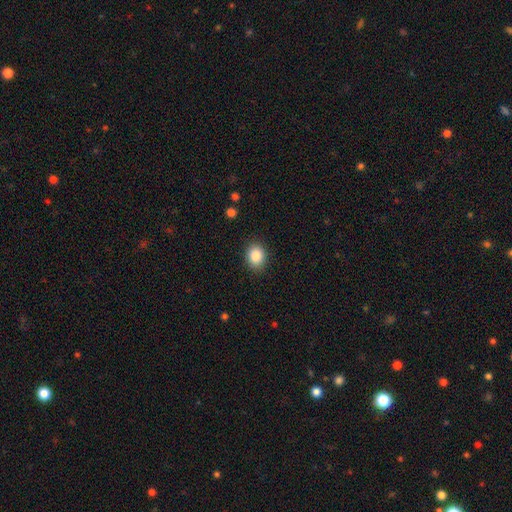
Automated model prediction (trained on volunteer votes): Smooth or featured?
  - smooth: 87% *
  - star or artifact: 9%
  - featured or disk: 5%
How rounded?
  - in between: 52% *
  - round: 47%
  - cigar-shaped: 1%
Merging?
  - none: 88% *
  - minor disturbance: 9%
  - major disturbance: 2%
  - merger: 1%